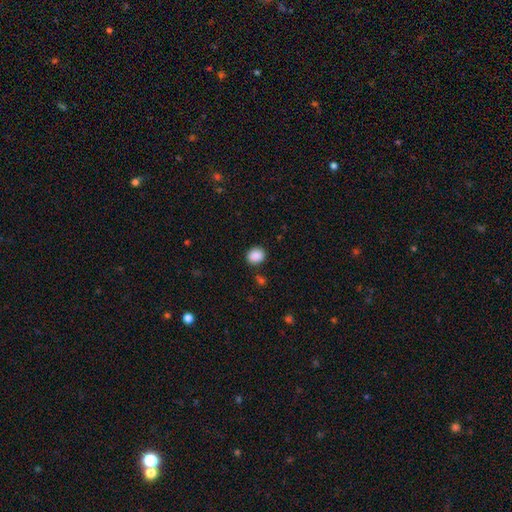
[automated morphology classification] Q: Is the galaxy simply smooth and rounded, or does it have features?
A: smooth — 89%.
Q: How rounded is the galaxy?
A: round — 67%.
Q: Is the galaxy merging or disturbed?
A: none — 84%.